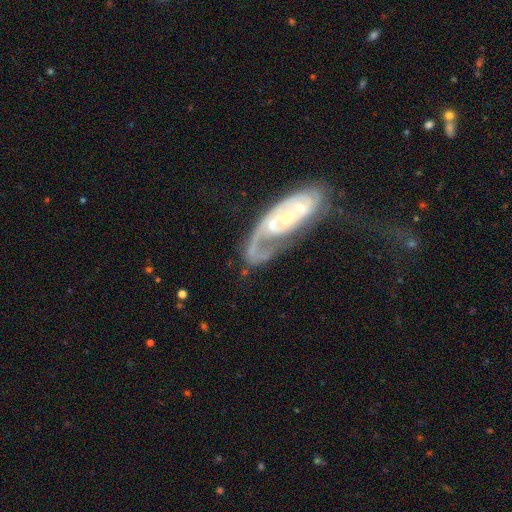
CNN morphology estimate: featured or disk 71%, smooth 21%, star or artifact 8%. Down the decision tree: edge-on disk — no (93%); bar — no (66%); spiral arms — yes (70%); bulge size — small (44%); merging — merger (41%).